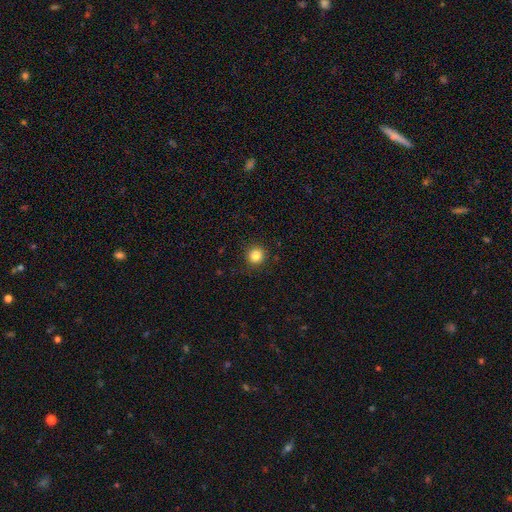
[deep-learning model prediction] This is clearly a smooth galaxy (84%). How rounded: clearly round (94%). Merging: clearly none (90%).